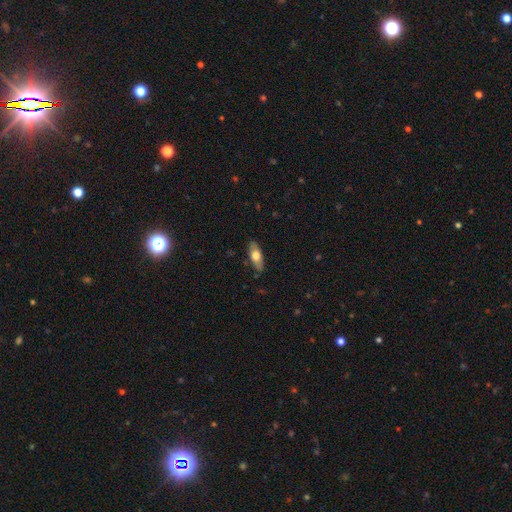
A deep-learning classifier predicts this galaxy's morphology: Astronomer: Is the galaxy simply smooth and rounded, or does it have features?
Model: smooth — 61%.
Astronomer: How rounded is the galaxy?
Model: in between — 71%.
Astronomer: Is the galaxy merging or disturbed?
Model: none — 85%.